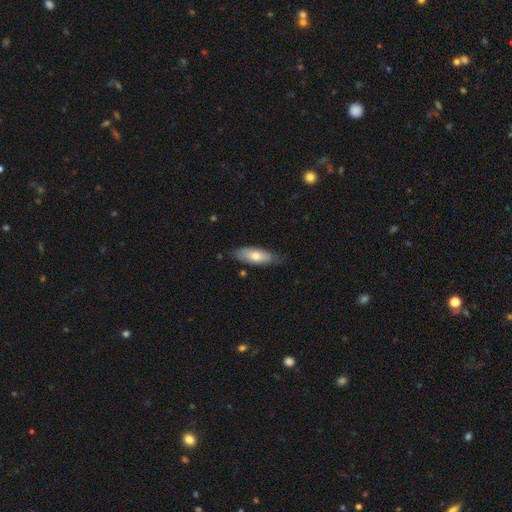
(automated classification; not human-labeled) Smooth or featured? Predicted: smooth (p=0.68). How rounded? Predicted: in between (p=0.73). Merging? Predicted: none (p=0.75).